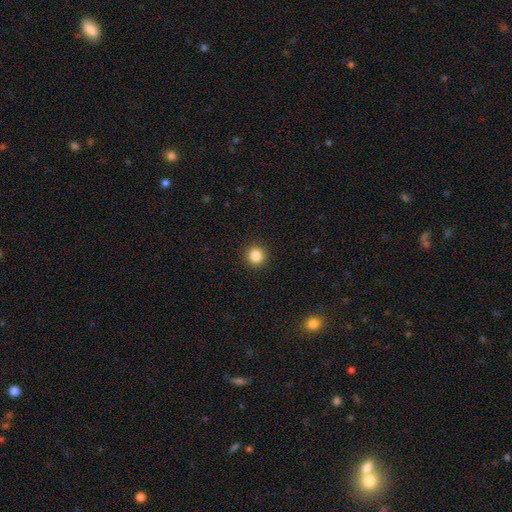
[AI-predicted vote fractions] Overall: smooth (85%). How rounded: round (94%). Merging: none (93%).